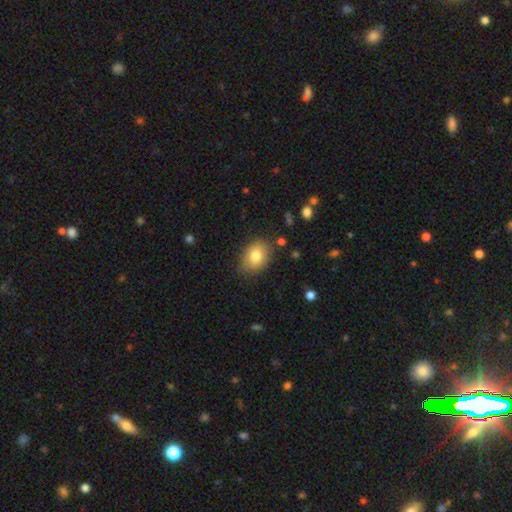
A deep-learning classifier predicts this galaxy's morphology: Q: Smooth or featured?
A: smooth (81%); runner-up: featured or disk (10%)
Q: How rounded?
A: in between (68%); runner-up: round (31%)
Q: Merging?
A: none (78%); runner-up: minor disturbance (16%)